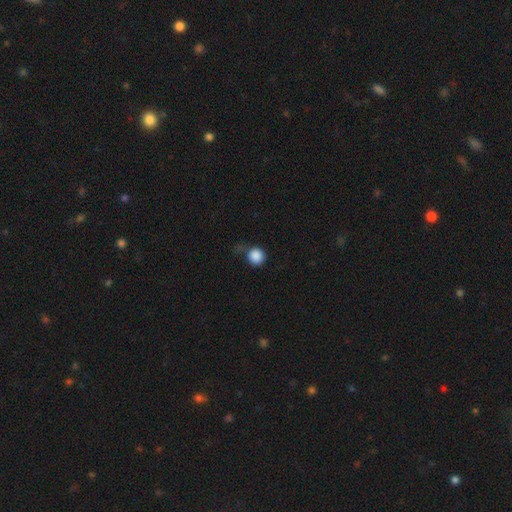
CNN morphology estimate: This is clearly a smooth galaxy (87%). How rounded: clearly round (93%). Merging: likely none (65%).